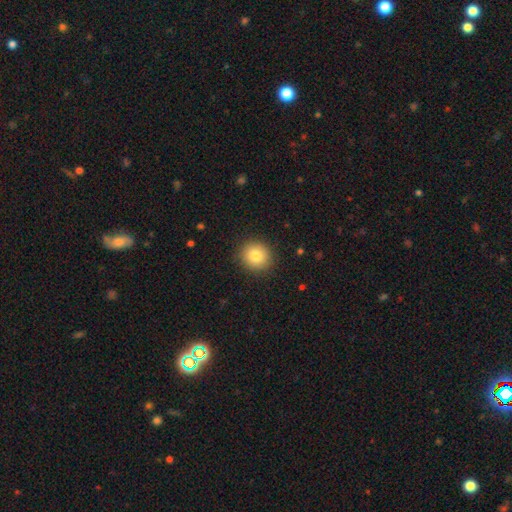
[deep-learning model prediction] A smooth galaxy with no disk features (82%) that is round (89%).

Vote fractions:
- Smooth or featured? smooth: 82% / star or artifact: 10% / featured or disk: 8%
- How rounded? round: 89% / in between: 10% / cigar-shaped: 1%
- Merging? none: 90% / minor disturbance: 7% / major disturbance: 2% / merger: 1%